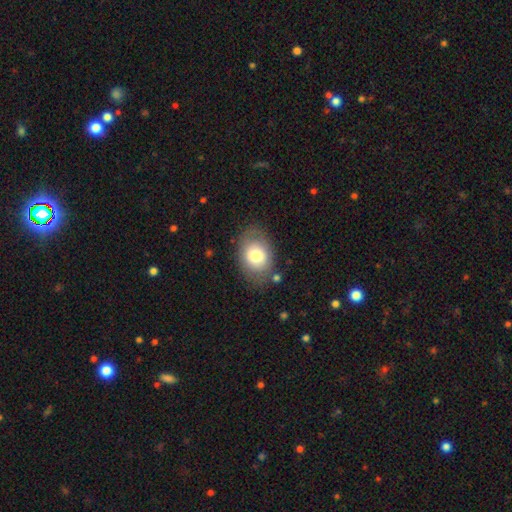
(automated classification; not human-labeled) Smooth or featured? Predicted: smooth (p=0.73). How rounded? Predicted: in between (p=0.73). Merging? Predicted: none (p=0.75).